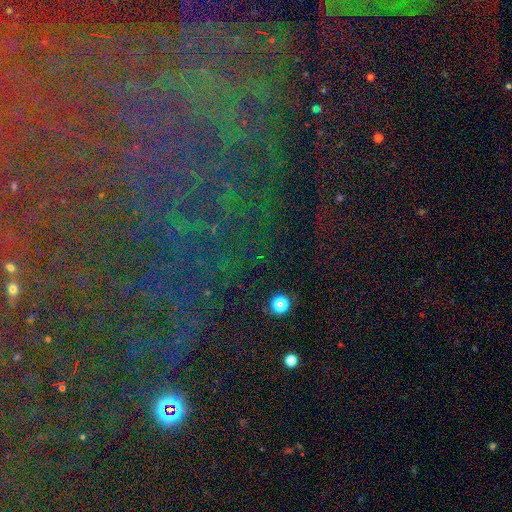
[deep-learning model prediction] Smooth or featured?
  - star or artifact: 76% *
  - featured or disk: 13%
  - smooth: 11%